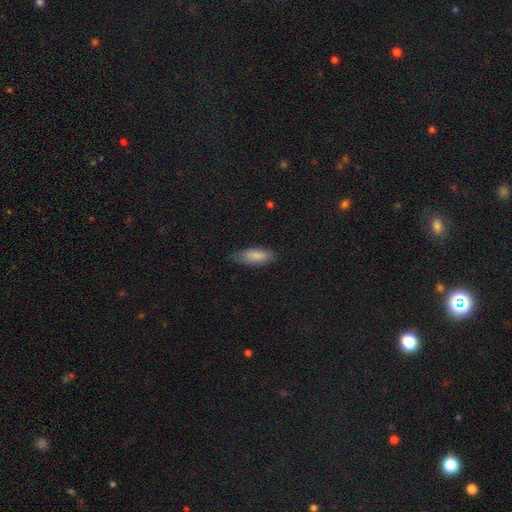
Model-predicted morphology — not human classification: Q: Smooth or featured?
A: smooth (86%); runner-up: featured or disk (8%)
Q: How rounded?
A: in between (77%); runner-up: cigar-shaped (21%)
Q: Merging?
A: none (72%); runner-up: minor disturbance (22%)